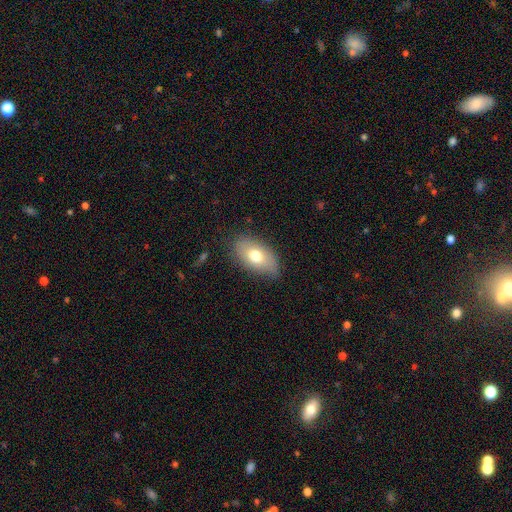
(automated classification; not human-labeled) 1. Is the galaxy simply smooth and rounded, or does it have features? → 70% smooth, 22% featured or disk, 8% star or artifact.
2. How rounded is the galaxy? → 92% in between, 5% round, 2% cigar-shaped.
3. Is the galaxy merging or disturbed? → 75% none, 20% minor disturbance, 4% major disturbance, 1% merger.